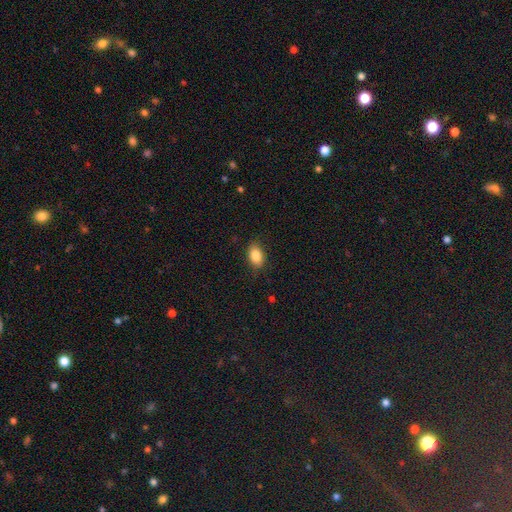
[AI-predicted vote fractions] smooth 86%, star or artifact 8%, featured or disk 6%. Down the decision tree: how rounded — in between (86%); merging — none (83%).